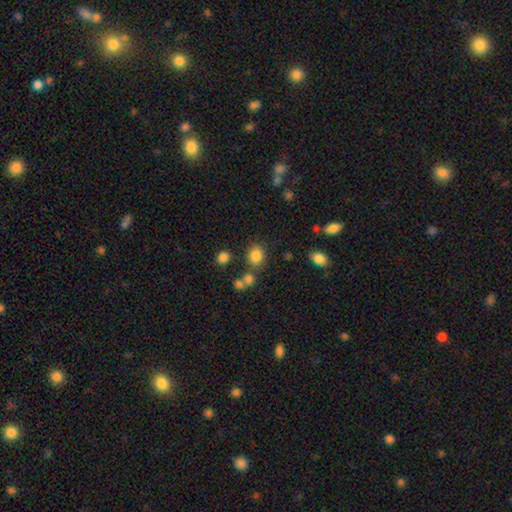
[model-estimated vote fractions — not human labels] This is clearly a smooth galaxy (82%). How rounded: likely round (73%). Merging: likely none (74%).